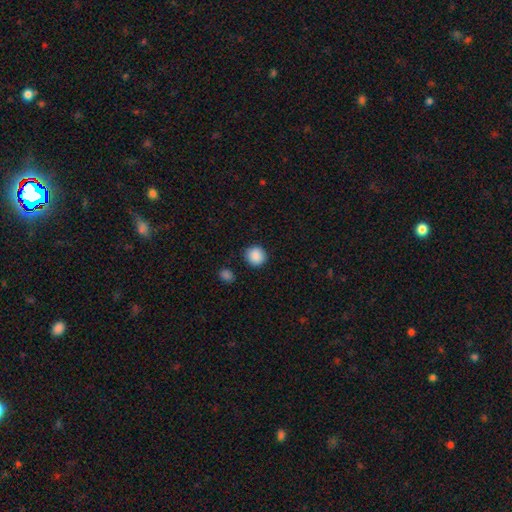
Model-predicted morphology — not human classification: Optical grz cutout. It shows a smooth galaxy with no disk features (89%) that is round (91%). Merging: none (88%).